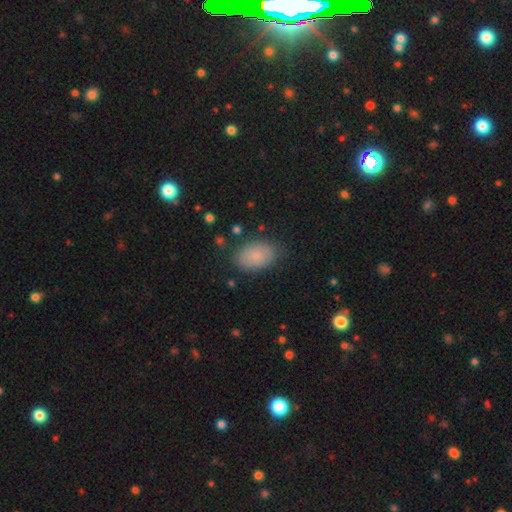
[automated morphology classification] Smooth or featured?
  - smooth: 81% *
  - featured or disk: 11%
  - star or artifact: 8%
How rounded?
  - in between: 89% *
  - round: 9%
  - cigar-shaped: 1%
Merging?
  - none: 82% *
  - minor disturbance: 13%
  - major disturbance: 3%
  - merger: 1%